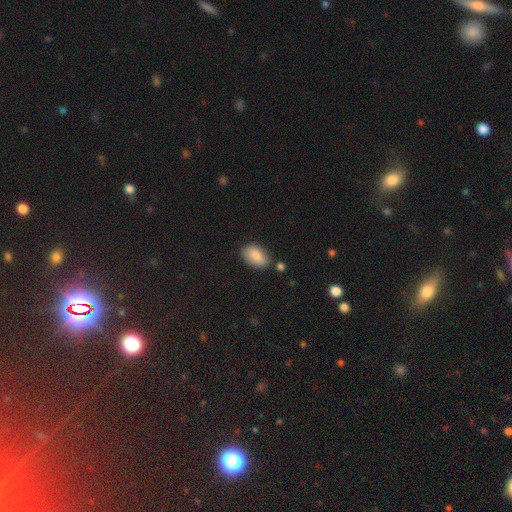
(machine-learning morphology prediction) smooth-or-featured: smooth: 87% | star or artifact: 7% | featured or disk: 6%
  how-rounded: in between: 93% | round: 6% | cigar-shaped: 2%
  merging: none: 75% | minor disturbance: 17% | merger: 5% | major disturbance: 3%